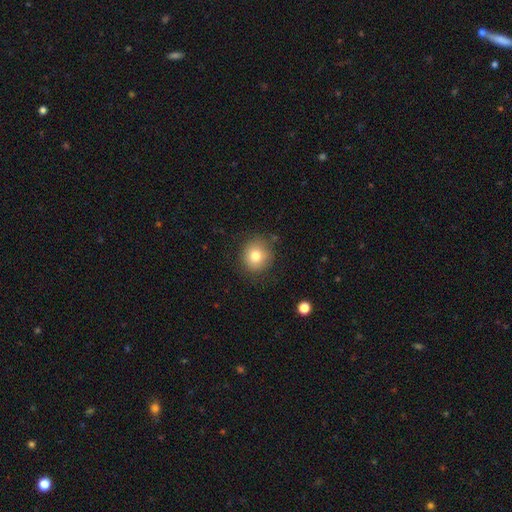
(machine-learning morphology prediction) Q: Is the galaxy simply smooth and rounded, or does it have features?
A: smooth — 78%.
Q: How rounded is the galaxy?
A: round — 89%.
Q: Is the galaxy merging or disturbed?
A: none — 83%.